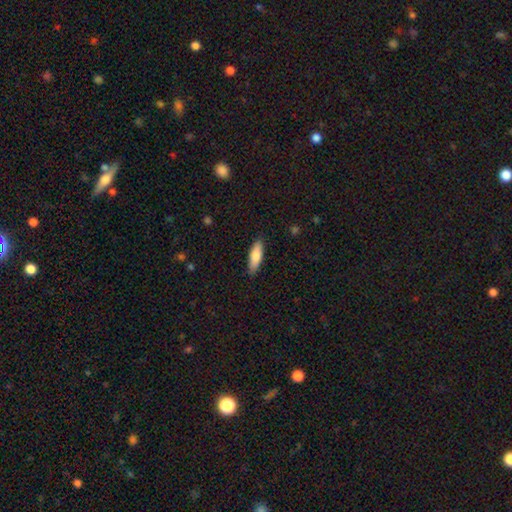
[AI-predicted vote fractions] smooth_or_featured: smooth (p=0.80) [alt: featured or disk p=0.14]
how_rounded: in between (p=0.52) [alt: cigar-shaped p=0.46]
merging: none (p=0.88) [alt: minor disturbance p=0.09]